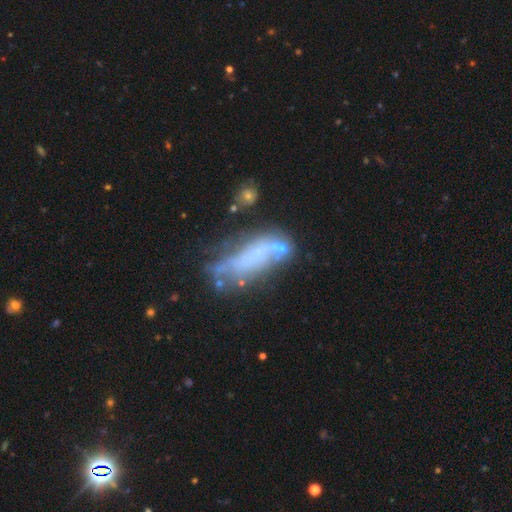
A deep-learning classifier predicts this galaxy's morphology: Smooth or featured? Predicted: featured or disk (p=0.52). Edge-on disk? Predicted: no (p=0.75). Merging? Predicted: none (p=0.38).